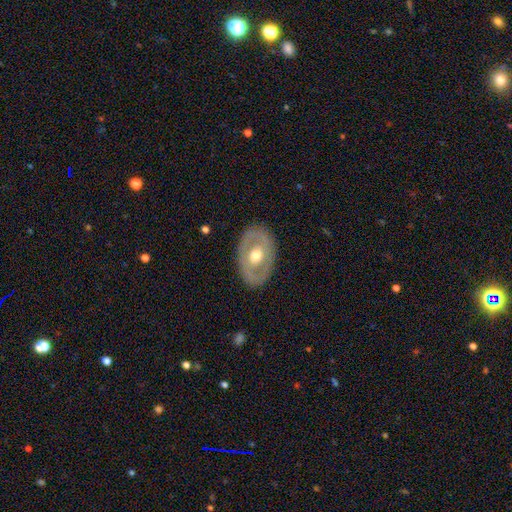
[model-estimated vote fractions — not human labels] This appears to be a featured or disk galaxy (60%) with no bar (75%), no spiral arms (80%) and a moderate central bulge (73%). Merging: none (83%).